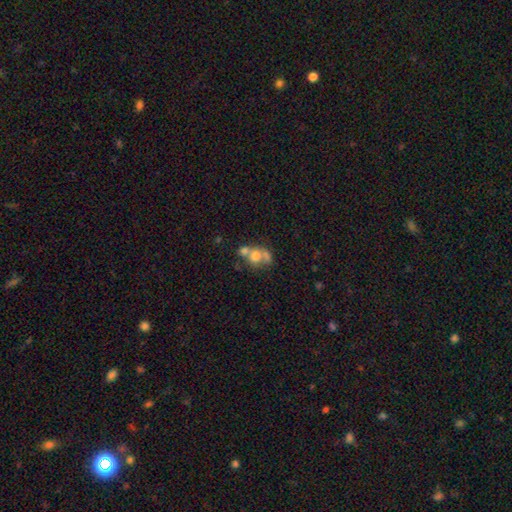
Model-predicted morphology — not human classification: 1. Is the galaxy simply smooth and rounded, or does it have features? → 63% smooth, 25% featured or disk, 12% star or artifact.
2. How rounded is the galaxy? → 66% round, 32% in between, 1% cigar-shaped.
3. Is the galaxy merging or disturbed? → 58% merger, 26% none, 9% minor disturbance, 7% major disturbance.